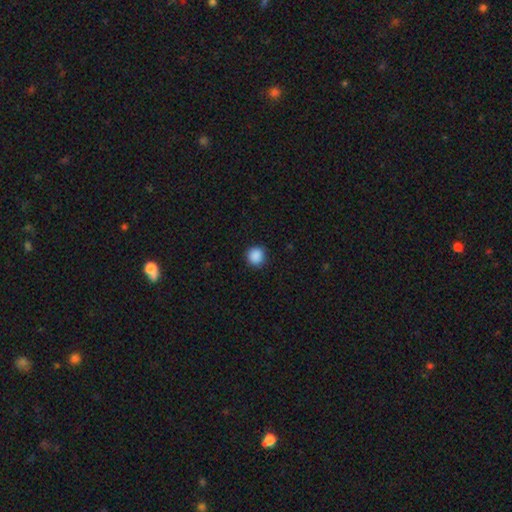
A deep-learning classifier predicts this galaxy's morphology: A smooth galaxy with no disk features (88%) that is round (92%). Merging: none (90%).